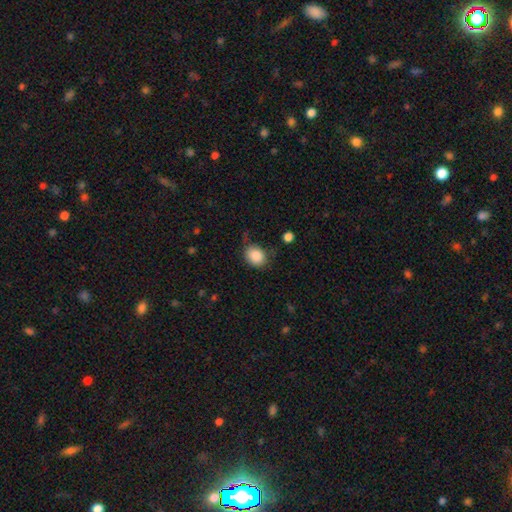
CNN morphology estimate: Smooth or featured? smooth (86%)
How rounded? round (59%)
Merging? none (61%)